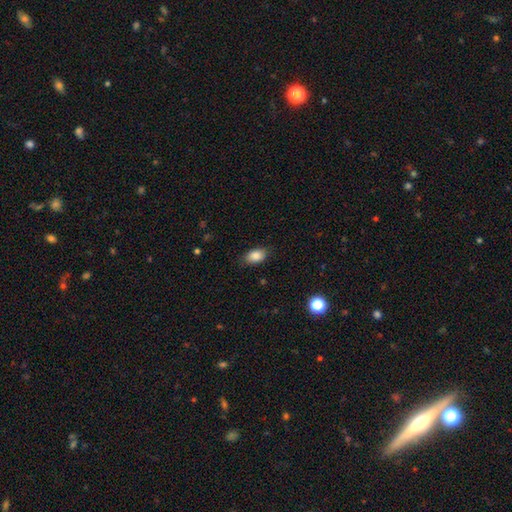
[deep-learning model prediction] The model was most divided on "merging": none: 82%, minor disturbance: 14%, major disturbance: 3%, merger: 1%. More confident: how rounded — in between (89%); smooth or featured — smooth (86%).